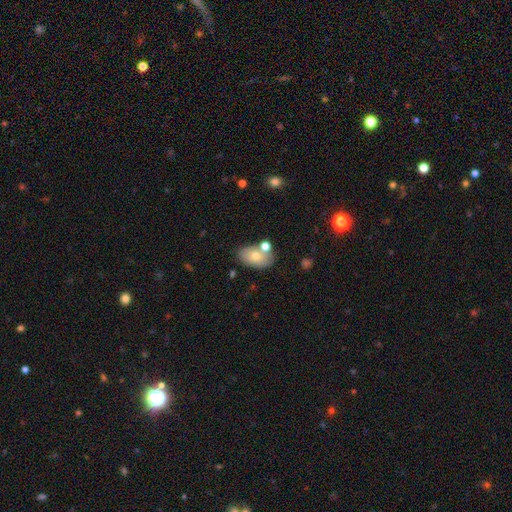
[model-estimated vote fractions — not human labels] Overall: smooth (71%). How rounded: in between (89%). Merging: none (67%).